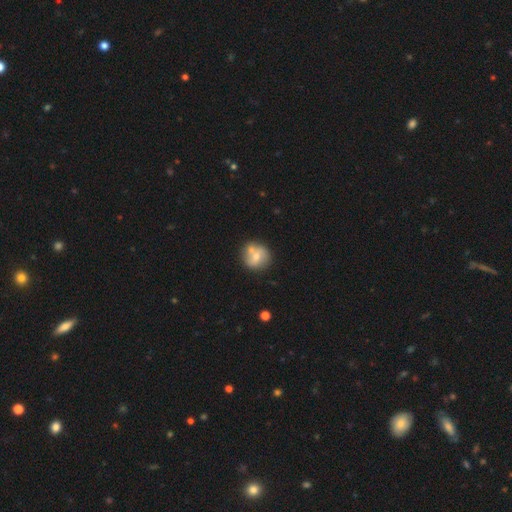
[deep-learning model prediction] The model was most divided on "smooth or featured": smooth: 57%, featured or disk: 35%, star or artifact: 8%. More confident: how rounded — round (88%); merging — none (58%).